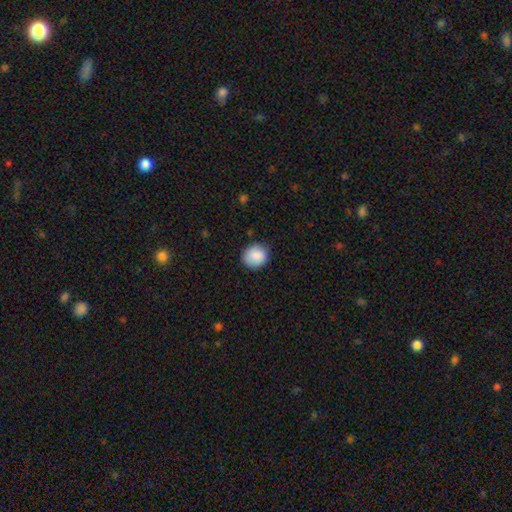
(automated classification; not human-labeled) Q: Smooth or featured?
A: smooth (88%); runner-up: star or artifact (7%)
Q: How rounded?
A: round (77%); runner-up: in between (22%)
Q: Merging?
A: none (84%); runner-up: minor disturbance (12%)